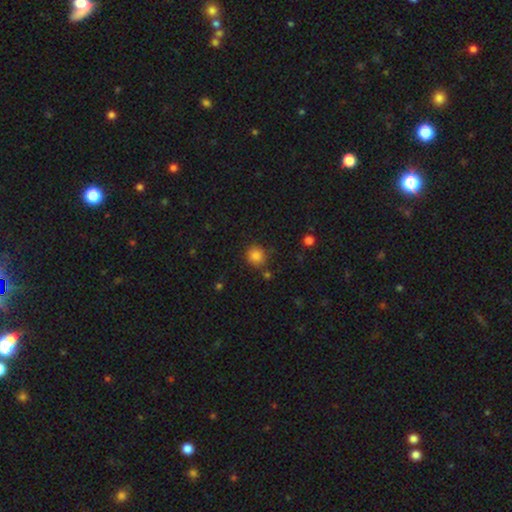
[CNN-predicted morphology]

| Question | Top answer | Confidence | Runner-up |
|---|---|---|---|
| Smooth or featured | smooth | 84% | star or artifact (11%) |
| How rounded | round | 88% | in between (11%) |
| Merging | none | 82% | minor disturbance (11%) |